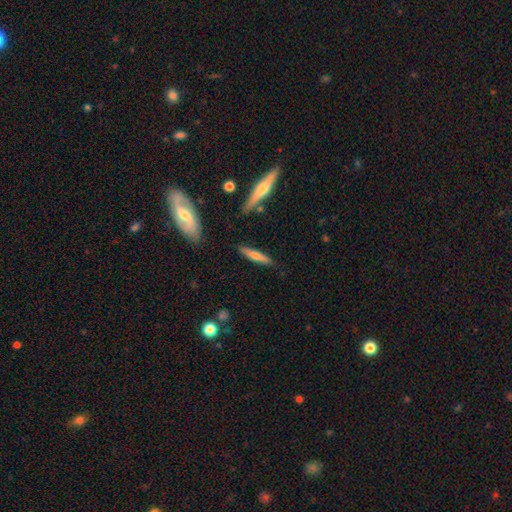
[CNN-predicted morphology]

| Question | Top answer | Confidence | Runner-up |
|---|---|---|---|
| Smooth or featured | smooth | 58% | featured or disk (36%) |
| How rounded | cigar-shaped | 85% | in between (13%) |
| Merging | none | 84% | minor disturbance (10%) |